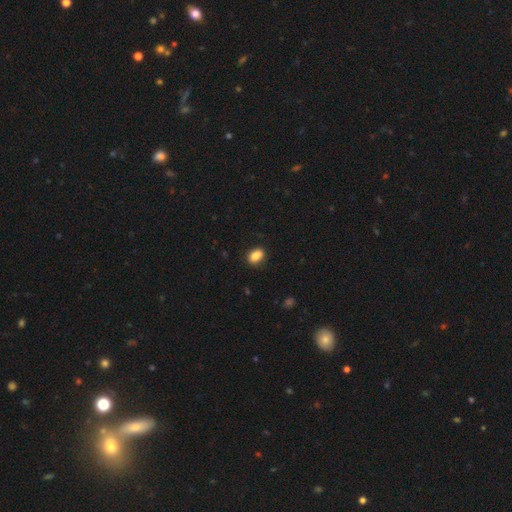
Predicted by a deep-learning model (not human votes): This appears to be a smooth galaxy with no disk features (87%) that is in between round and cigar-shaped (78%). Merging: none (87%).